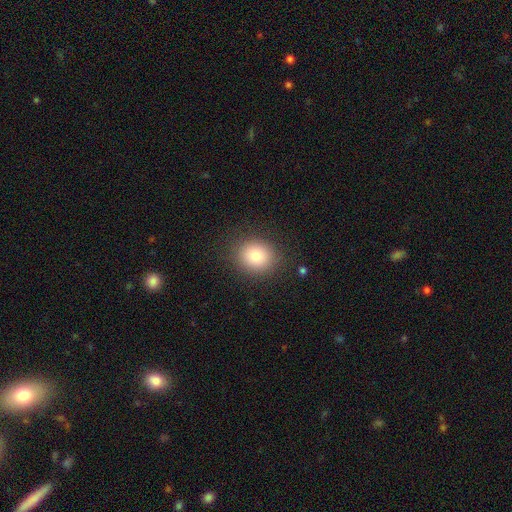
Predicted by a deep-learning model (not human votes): smooth 81%, star or artifact 10%, featured or disk 8%. Down the decision tree: how rounded — round (72%); merging — none (87%).